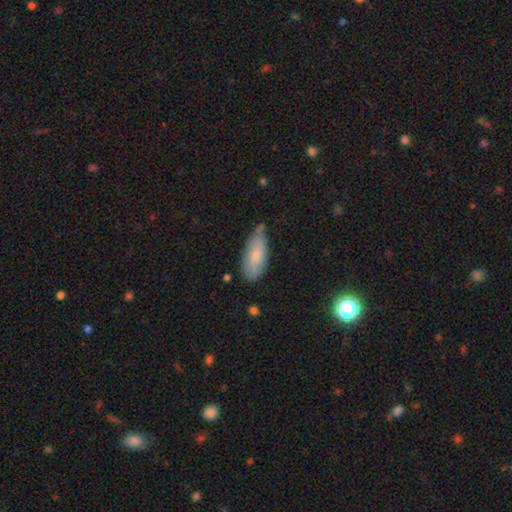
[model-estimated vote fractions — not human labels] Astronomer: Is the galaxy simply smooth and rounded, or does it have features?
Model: smooth — 76%.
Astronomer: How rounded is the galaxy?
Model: in between — 81%.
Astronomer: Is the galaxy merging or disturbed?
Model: none — 54% (runner-up: minor disturbance, 36%).